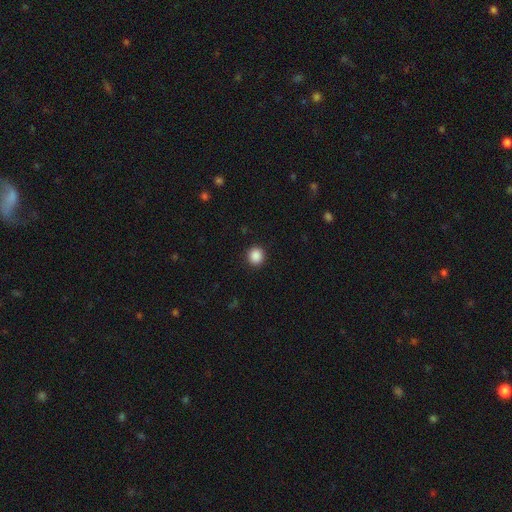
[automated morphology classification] smooth-or-featured: smooth: 88% | star or artifact: 9% | featured or disk: 2%
  how-rounded: round: 91% | in between: 8% | cigar-shaped: 1%
  merging: none: 92% | minor disturbance: 5% | major disturbance: 2% | merger: 1%